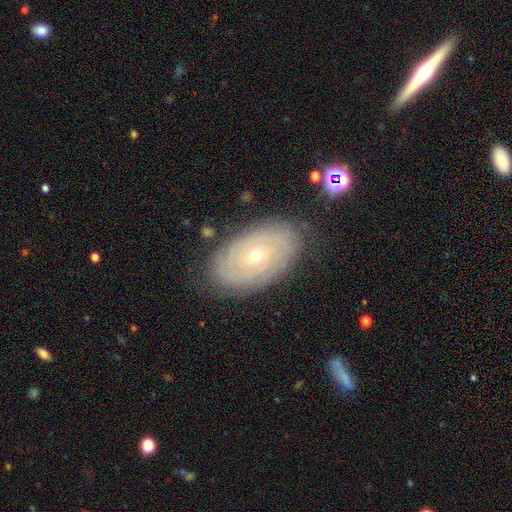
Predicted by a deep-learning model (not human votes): smooth-or-featured: featured or disk: 78% | smooth: 15% | star or artifact: 7%
  disk-edge-on: no: 95% | yes: 5%
    bar: no: 80% | weak: 16% | strong: 4%
    has-spiral-arms: yes: 87% | no: 13%
      spiral-winding: tight: 83% | medium: 13% | loose: 4%
      spiral-arm-count: can't tell: 49% | 2: 20% | 3: 11% | 4: 9% | more than 4: 6% | 1: 5%
    bulge-size: small: 67% | moderate: 30% | large: 1% | dominant: 1% | none: 1%
  merging: none: 82% | minor disturbance: 13% | major disturbance: 3% | merger: 1%